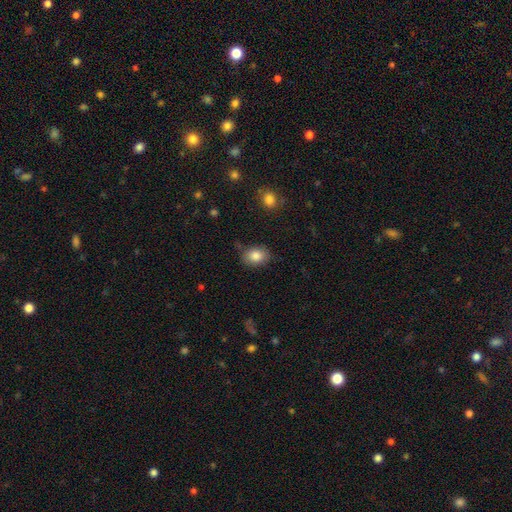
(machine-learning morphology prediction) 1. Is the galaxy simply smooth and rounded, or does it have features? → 84% smooth, 8% star or artifact, 7% featured or disk.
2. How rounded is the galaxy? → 65% in between, 34% round, 1% cigar-shaped.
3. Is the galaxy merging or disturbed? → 79% none, 15% minor disturbance, 3% major disturbance, 2% merger.